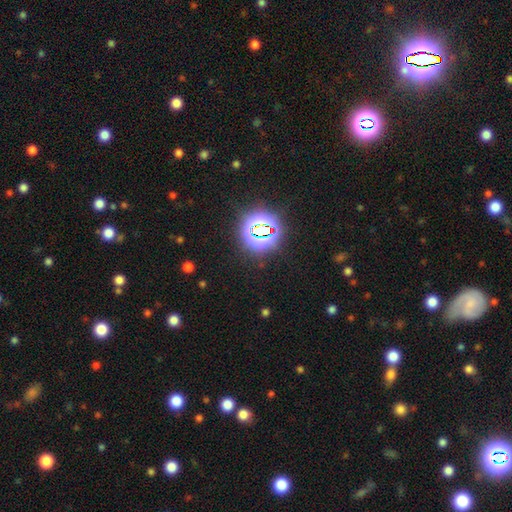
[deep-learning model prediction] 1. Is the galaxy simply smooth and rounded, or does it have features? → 81% star or artifact, 12% smooth, 7% featured or disk.